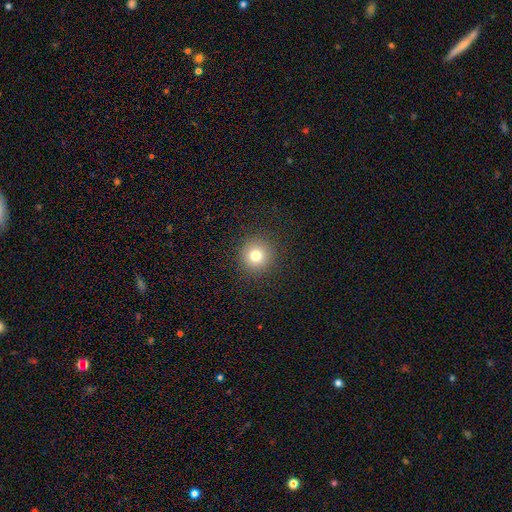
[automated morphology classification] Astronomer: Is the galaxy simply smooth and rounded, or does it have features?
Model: smooth — 78%.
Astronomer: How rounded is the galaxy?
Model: round — 94%.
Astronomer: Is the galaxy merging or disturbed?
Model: none — 91%.